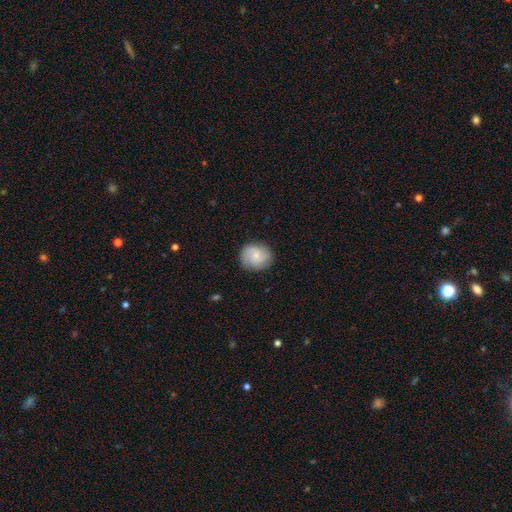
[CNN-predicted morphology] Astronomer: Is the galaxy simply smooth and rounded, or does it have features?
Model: featured or disk — 46%, tied with smooth at 46%.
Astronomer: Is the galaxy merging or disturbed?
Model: none — 82%.